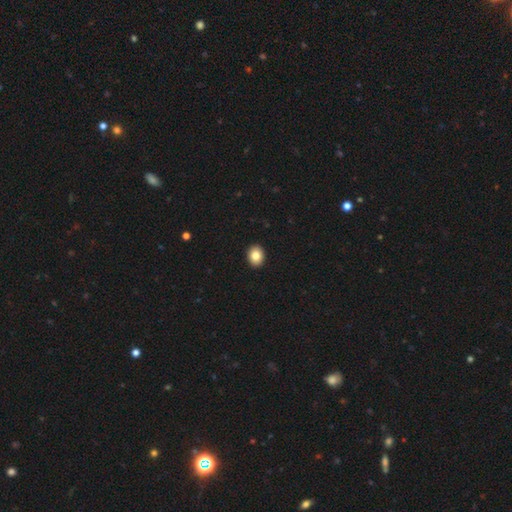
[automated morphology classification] Smooth or featured: smooth — 84% (star or artifact — 9%)
How rounded: in between — 52% (round — 47%)
Merging: none — 93% (minor disturbance — 5%)